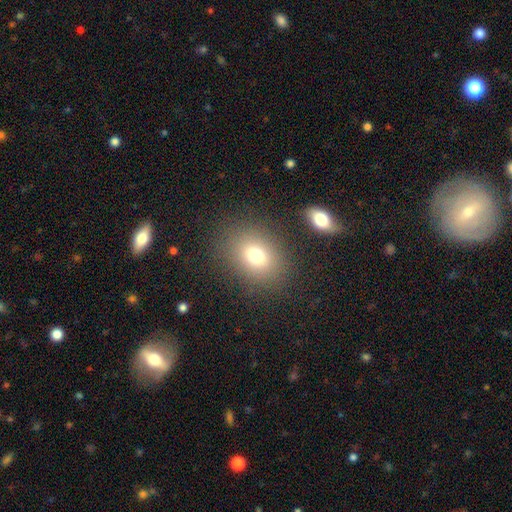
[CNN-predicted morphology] Smooth or featured: smooth — 76% (star or artifact — 13%)
How rounded: in between — 58% (round — 41%)
Merging: none — 82% (minor disturbance — 10%)